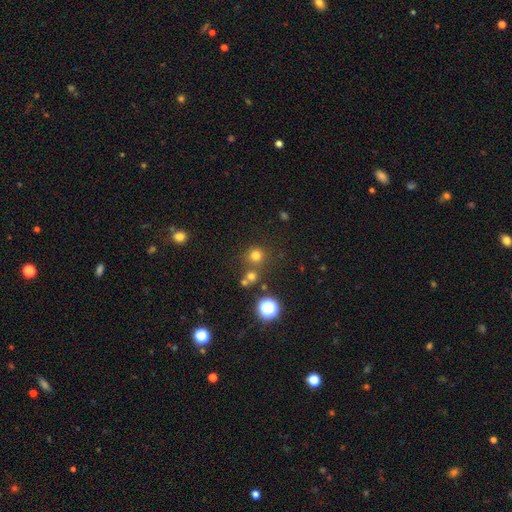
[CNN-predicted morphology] Smooth or featured: smooth — 71% (star or artifact — 23%)
How rounded: round — 93% (in between — 6%)
Merging: none — 75% (merger — 14%)